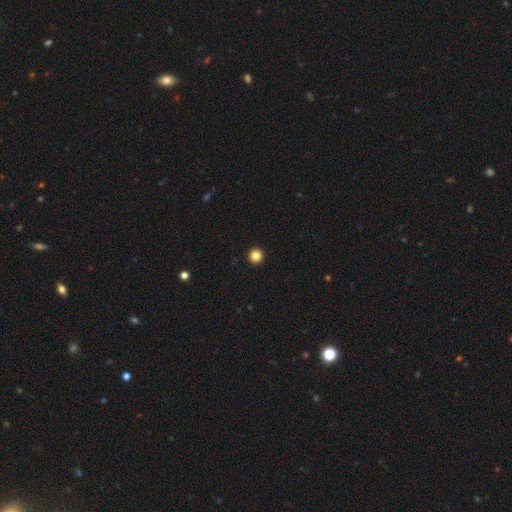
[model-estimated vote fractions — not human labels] smooth_or_featured: smooth (p=0.85) [alt: star or artifact p=0.11]
how_rounded: round (p=0.97) [alt: in between p=0.02]
merging: none (p=0.94) [alt: minor disturbance p=0.03]